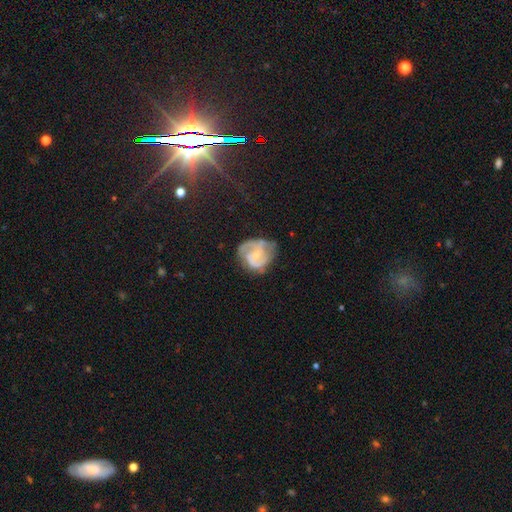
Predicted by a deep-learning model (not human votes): featured or disk 78%, smooth 16%, star or artifact 6%. Down the decision tree: edge-on disk — no (98%); bar — no (56%); spiral arms — yes (91%); spiral arm count — 2 (65%); spiral winding — medium (47%); bulge size — small (61%); merging — none (56%).